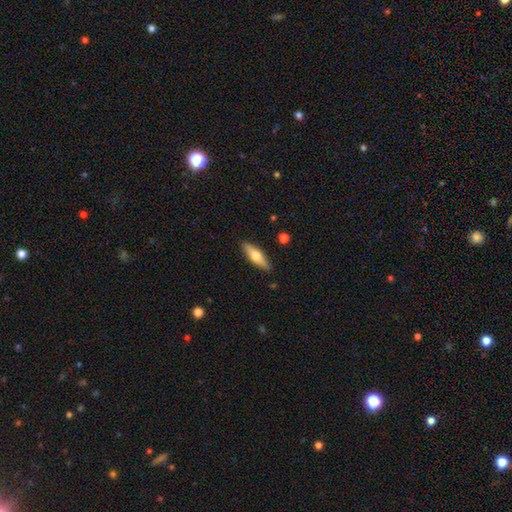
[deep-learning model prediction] This appears to be a smooth galaxy with no disk features (53%) that is cigar-shaped (57%). Merging: none (89%).